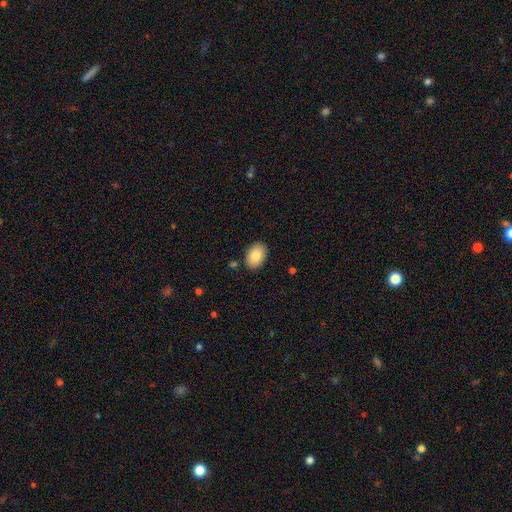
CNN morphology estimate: This appears to be a smooth galaxy with no disk features (86%) that is in between round and cigar-shaped (86%). Merging: none (87%).